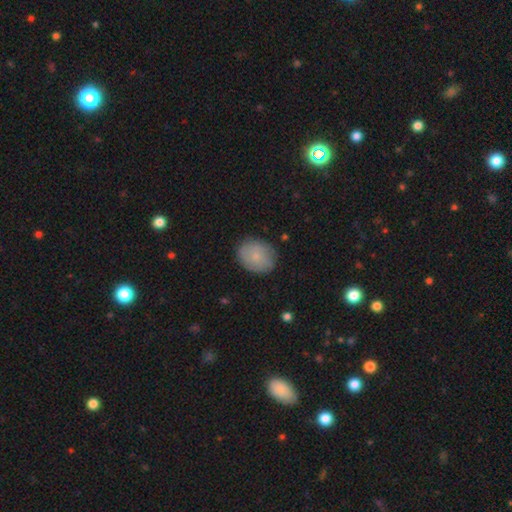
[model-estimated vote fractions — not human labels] This appears to be a smooth galaxy with no disk features (78%) that is in between round and cigar-shaped (50%). Merging: none (81%).